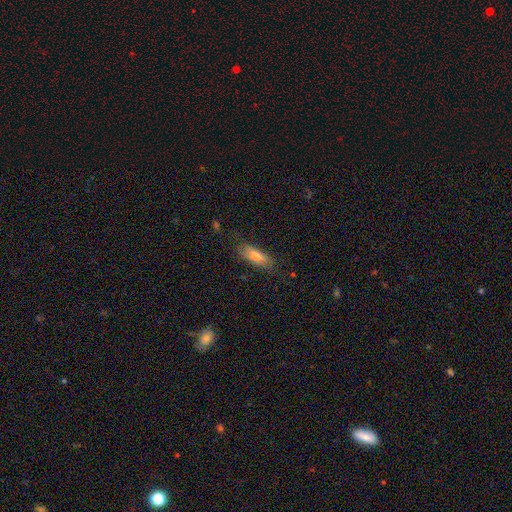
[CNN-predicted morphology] type=smooth (75%); roundness=in between (58%); merging=none (75%).